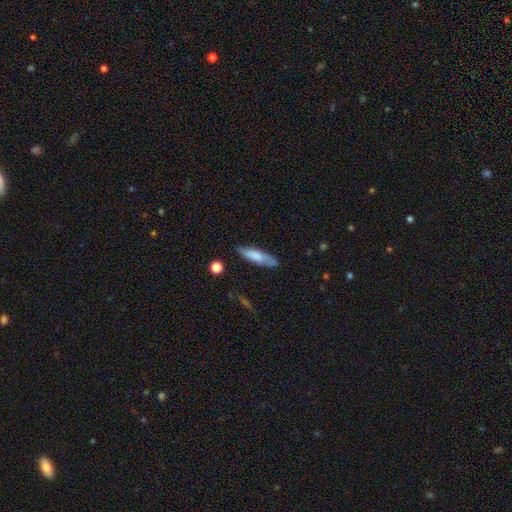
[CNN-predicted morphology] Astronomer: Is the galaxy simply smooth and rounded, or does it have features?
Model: smooth — 73%.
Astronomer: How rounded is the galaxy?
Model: cigar-shaped — 68%.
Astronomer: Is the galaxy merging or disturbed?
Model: none — 76%.